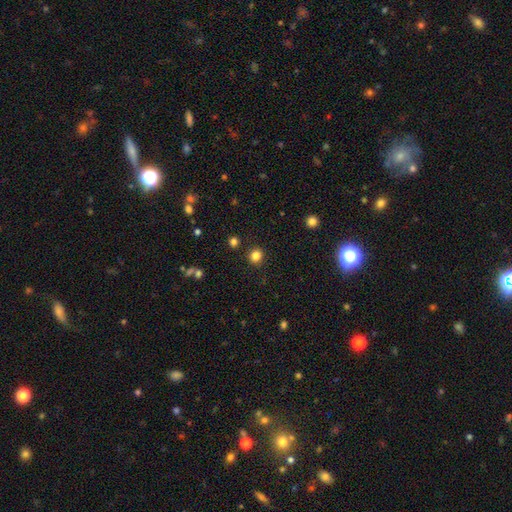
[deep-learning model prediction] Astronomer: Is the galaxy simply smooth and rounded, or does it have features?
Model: smooth — 83%.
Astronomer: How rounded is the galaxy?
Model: round — 86%.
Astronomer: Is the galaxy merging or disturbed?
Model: none — 90%.